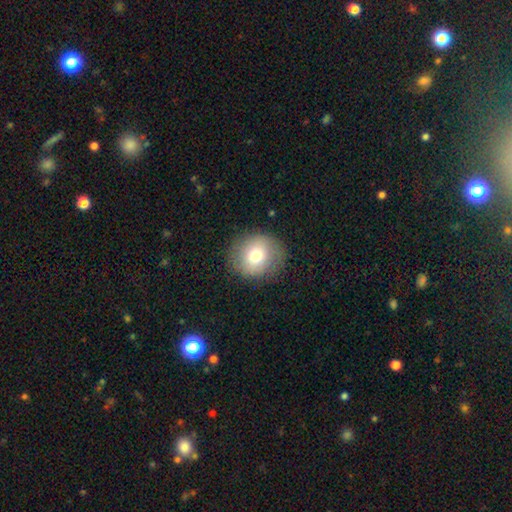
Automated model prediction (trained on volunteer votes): The model was most divided on "smooth or featured": smooth: 75%, featured or disk: 15%, star or artifact: 10%. More confident: merging — none (85%); how rounded — round (82%).